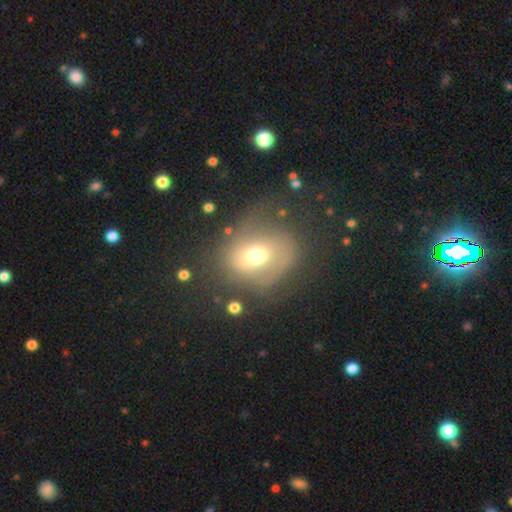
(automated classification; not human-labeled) smooth-or-featured: smooth: 60% | featured or disk: 25% | star or artifact: 15%
  how-rounded: round: 64% | in between: 35% | cigar-shaped: 1%
  merging: none: 51% | major disturbance: 23% | minor disturbance: 23% | merger: 3%